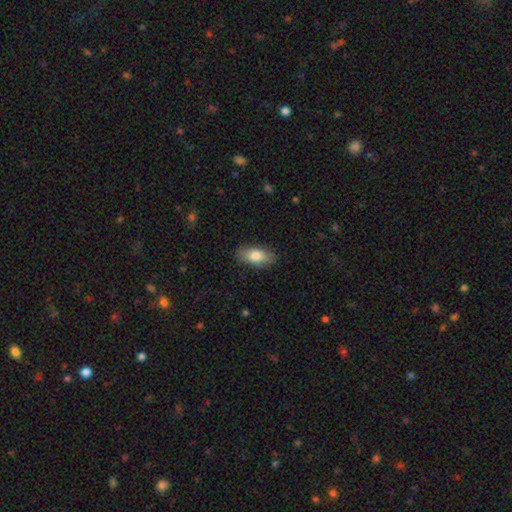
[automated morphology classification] This appears to be a smooth galaxy with no disk features (81%) that is in between round and cigar-shaped (89%). Merging: none (85%).